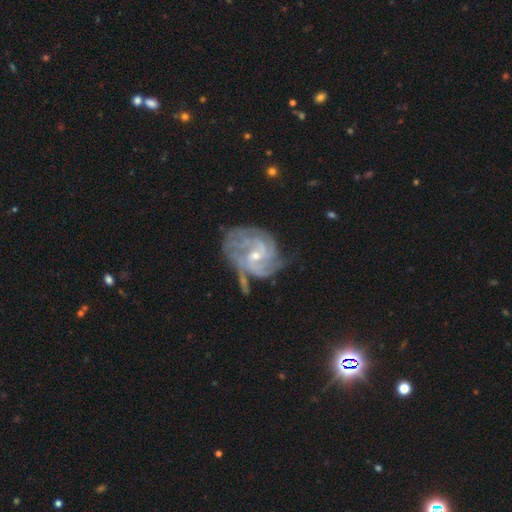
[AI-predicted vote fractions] Overall: featured or disk (88%). Edge-on disk: no (98%). Bar: weak (46%; no 42%). Spiral arms: yes (96%). Spiral arm count: can't tell (26%; 3 25%). Spiral winding: tight (61%; medium 31%). Bulge size: small (59%; moderate 38%). Merging: none (51%; minor disturbance 25%).